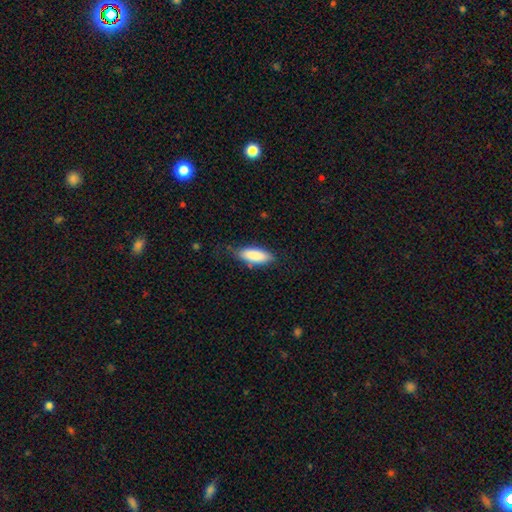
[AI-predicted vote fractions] Overall: smooth (87%). How rounded: in between (76%). Merging: none (70%).